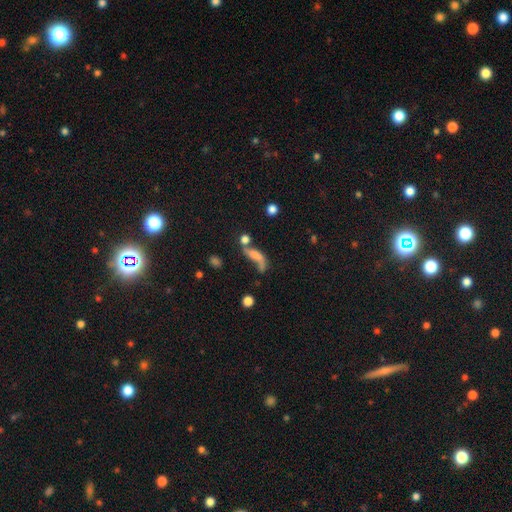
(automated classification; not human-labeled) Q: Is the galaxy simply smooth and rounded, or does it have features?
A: smooth — 50%.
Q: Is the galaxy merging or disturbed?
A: merger — 31%.